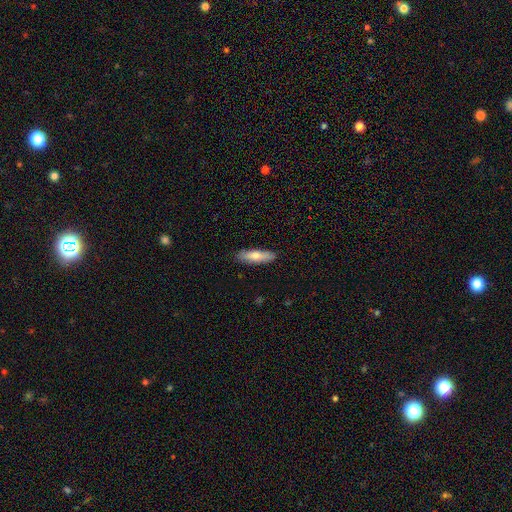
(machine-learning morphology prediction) smooth_or_featured: smooth (p=0.69) [alt: featured or disk p=0.26]
how_rounded: cigar-shaped (p=0.59) [alt: in between p=0.39]
merging: none (p=0.88) [alt: minor disturbance p=0.09]